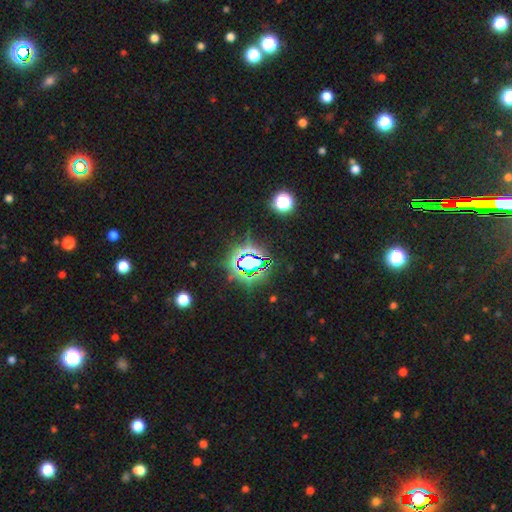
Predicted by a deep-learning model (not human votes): smooth_or_featured: star or artifact (p=0.77) [alt: smooth p=0.14]